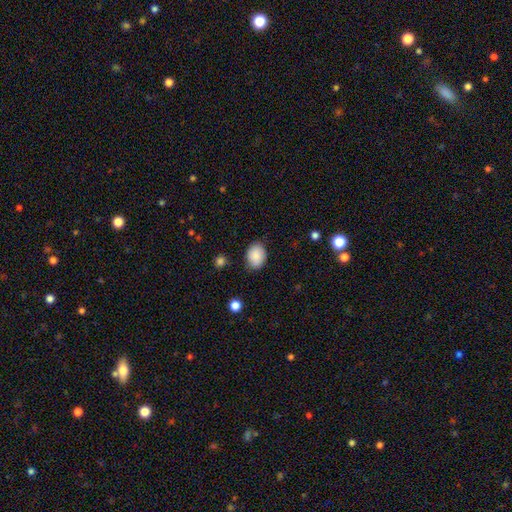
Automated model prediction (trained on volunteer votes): smooth_or_featured: smooth (p=0.87) [alt: star or artifact p=0.07]
how_rounded: in between (p=0.67) [alt: round p=0.32]
merging: none (p=0.82) [alt: minor disturbance p=0.14]